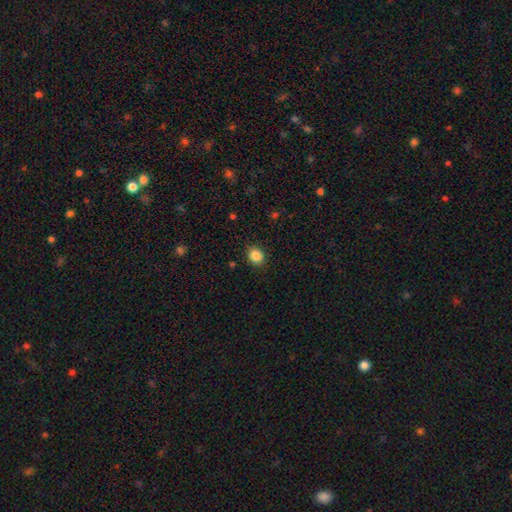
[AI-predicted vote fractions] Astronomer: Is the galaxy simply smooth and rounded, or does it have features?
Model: smooth — 86%.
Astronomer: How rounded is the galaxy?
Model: round — 57% (runner-up: in between, 42%).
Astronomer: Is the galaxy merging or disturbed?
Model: none — 89%.